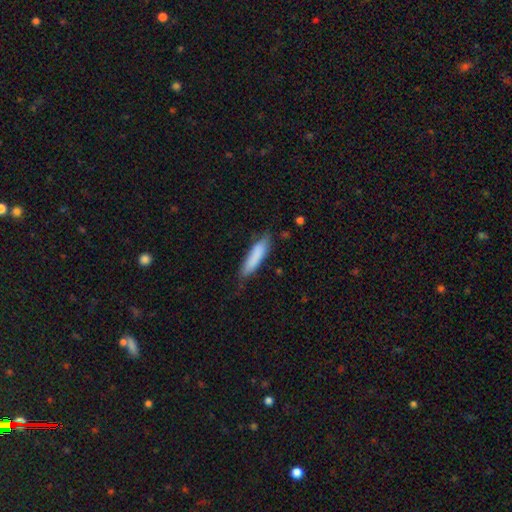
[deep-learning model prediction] Smooth or featured?
  - smooth: 82% *
  - featured or disk: 12%
  - star or artifact: 6%
How rounded?
  - cigar-shaped: 78% *
  - in between: 21%
  - round: 1%
Merging?
  - none: 71% *
  - minor disturbance: 23%
  - major disturbance: 4%
  - merger: 2%